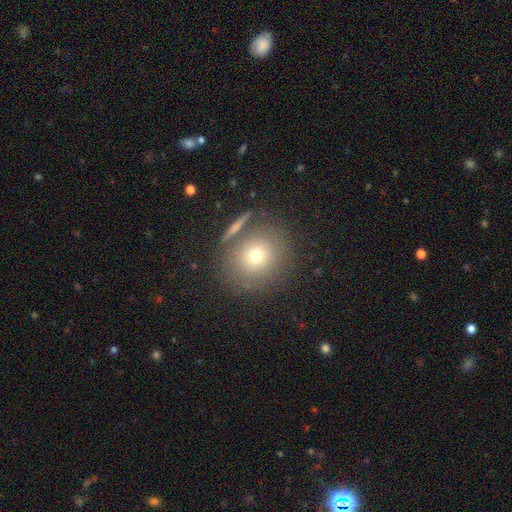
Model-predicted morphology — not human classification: smooth 68%, featured or disk 16%, star or artifact 15%. Down the decision tree: how rounded — round (86%); merging — none (76%).